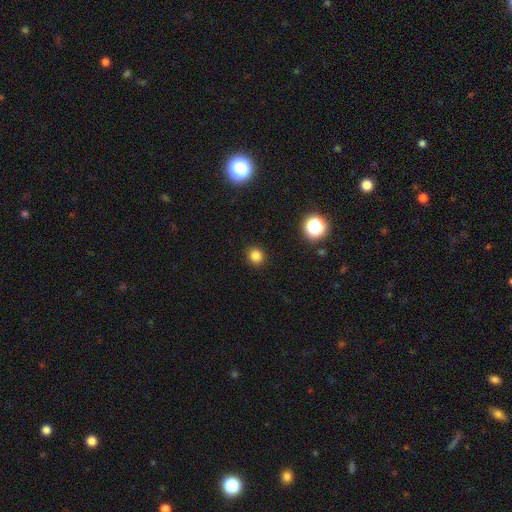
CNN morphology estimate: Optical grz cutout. It shows a smooth galaxy with no disk features (82%) that is round (85%). Merging: none (91%).